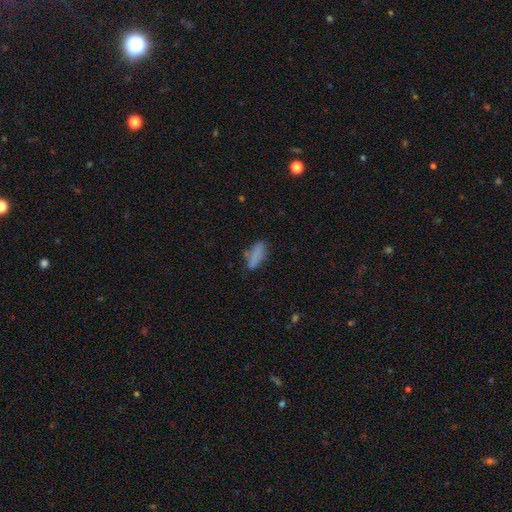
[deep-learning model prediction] This appears to be a smooth galaxy with no disk features (81%) that is in between round and cigar-shaped (58%). Merging: none (68%).